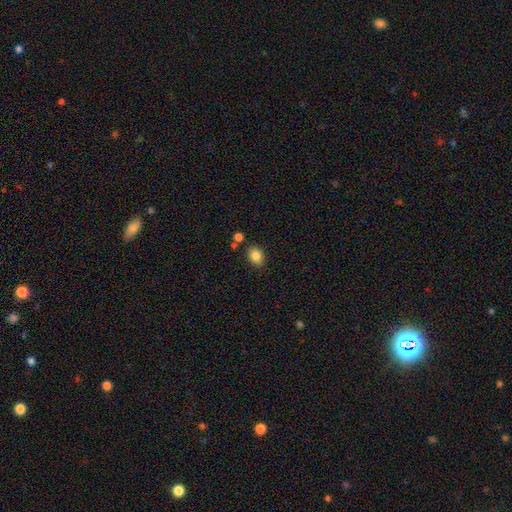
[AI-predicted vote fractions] The model was most divided on "how rounded": in between: 62%, round: 37%, cigar-shaped: 1%. More confident: smooth or featured — smooth (85%); merging — none (82%).